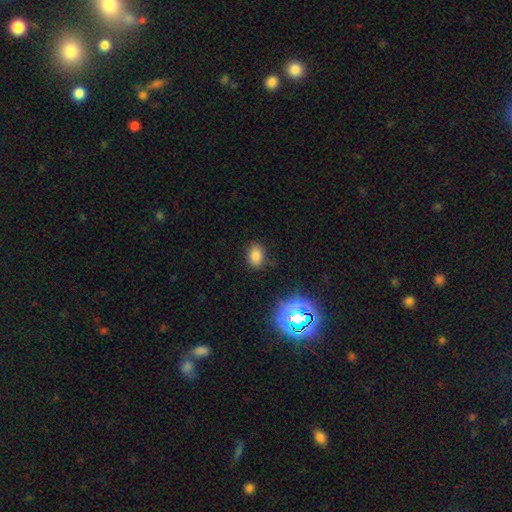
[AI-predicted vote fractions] A smooth galaxy with no disk features (77%) that is in between round and cigar-shaped (69%). Merging: none (82%).